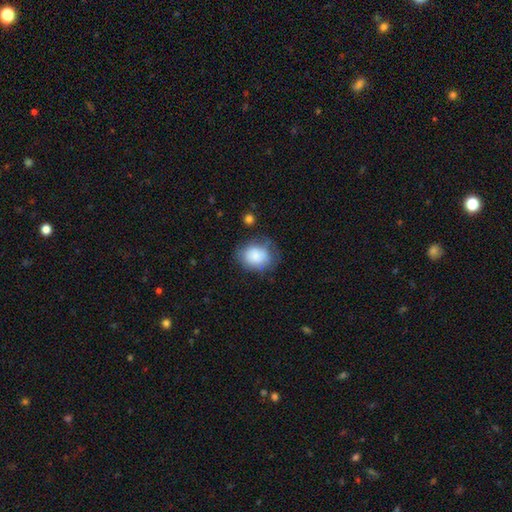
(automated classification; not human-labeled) This is clearly a smooth galaxy (81%). How rounded: possibly round (51%). Merging: likely none (61%).